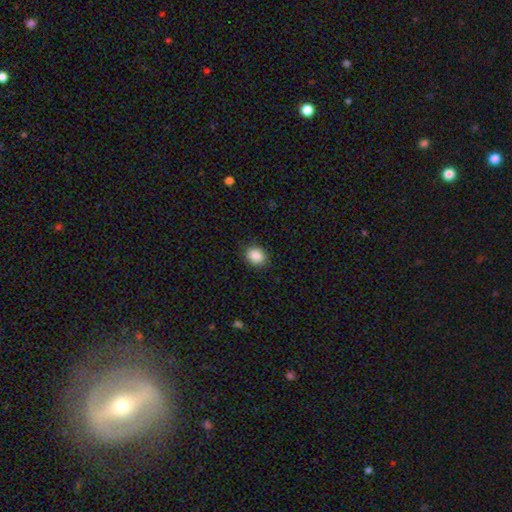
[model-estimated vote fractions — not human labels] This is clearly a smooth galaxy (89%). How rounded: possibly in between (51%). Merging: clearly none (87%).